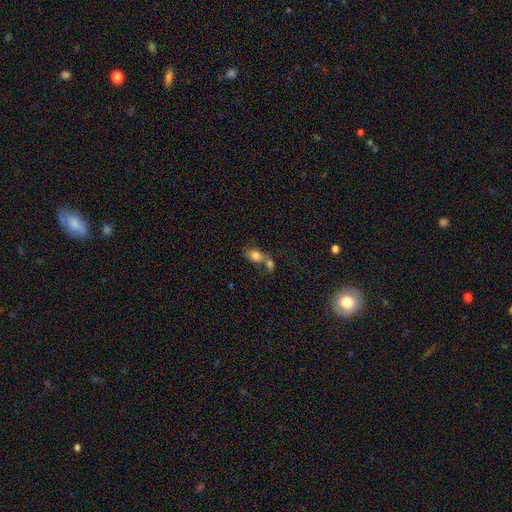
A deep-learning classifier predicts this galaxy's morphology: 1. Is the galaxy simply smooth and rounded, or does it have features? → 77% smooth, 13% featured or disk, 10% star or artifact.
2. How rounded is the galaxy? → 55% in between, 43% round, 2% cigar-shaped.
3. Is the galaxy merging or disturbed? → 62% merger, 24% none, 8% minor disturbance, 6% major disturbance.